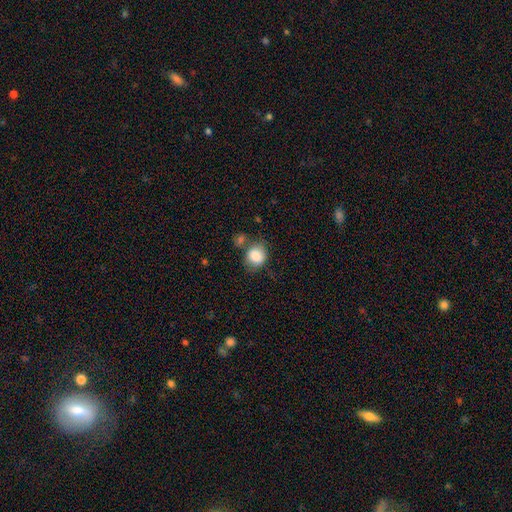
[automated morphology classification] Q: Smooth or featured?
A: smooth (85%); runner-up: star or artifact (8%)
Q: How rounded?
A: round (63%); runner-up: in between (37%)
Q: Merging?
A: none (54%); runner-up: minor disturbance (21%)